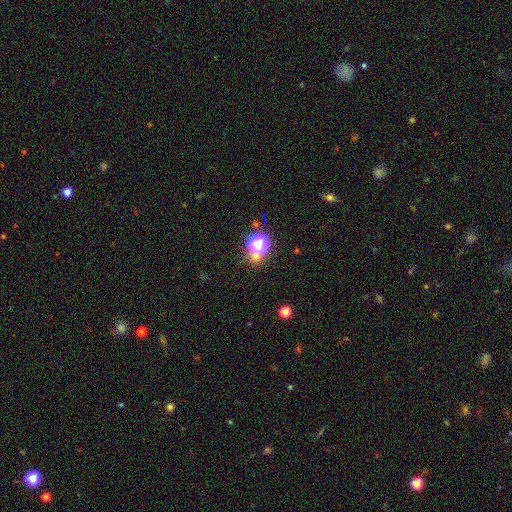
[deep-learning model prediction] Smooth or featured: smooth — 49% (star or artifact — 42%)
Merging: none — 64% (merger — 19%)